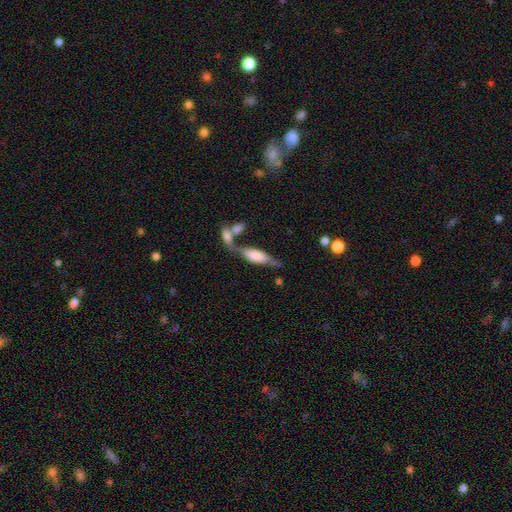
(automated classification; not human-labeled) Smooth or featured?
  - smooth: 54% *
  - featured or disk: 40%
  - star or artifact: 7%
How rounded?
  - in between: 56% *
  - cigar-shaped: 41%
  - round: 3%
Merging?
  - none: 39% *
  - merger: 32%
  - minor disturbance: 18%
  - major disturbance: 11%